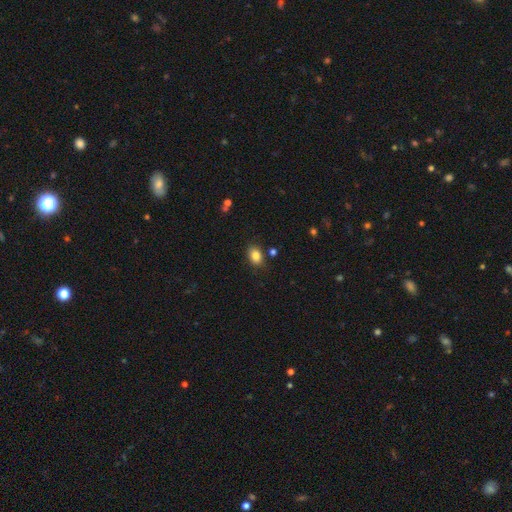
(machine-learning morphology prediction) A smooth galaxy with no disk features (84%) that is in between round and cigar-shaped (71%).

Vote fractions:
- Smooth or featured? smooth: 84% / star or artifact: 10% / featured or disk: 6%
- How rounded? in between: 71% / round: 28% / cigar-shaped: 1%
- Merging? none: 82% / minor disturbance: 12% / merger: 3% / major disturbance: 3%